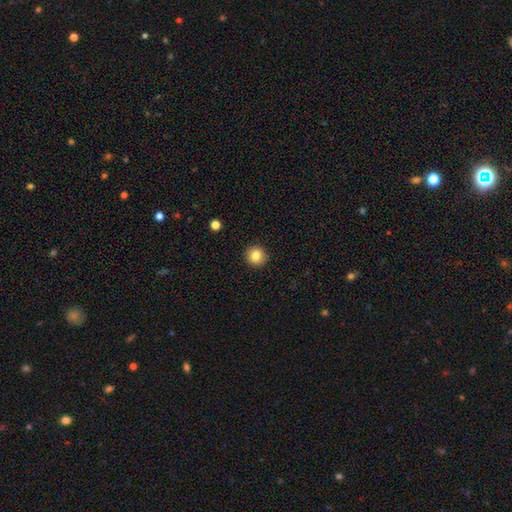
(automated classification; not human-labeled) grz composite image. It shows a smooth galaxy with no disk features (82%) that is round (93%). Merging: none (92%).